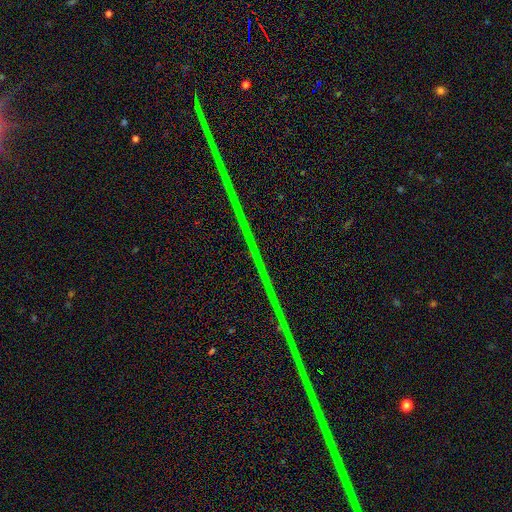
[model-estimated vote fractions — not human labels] Overall: star or artifact (81%).